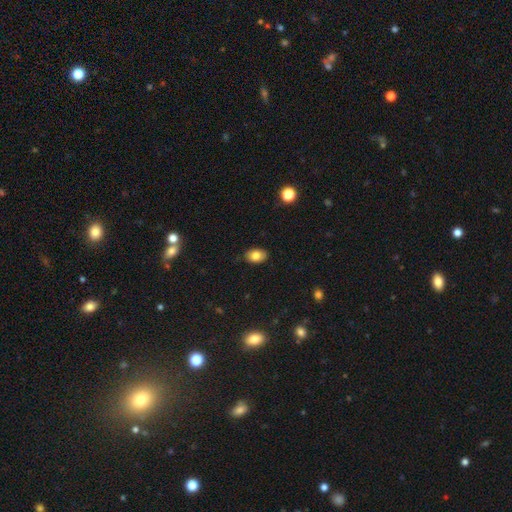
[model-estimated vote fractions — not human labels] Smooth or featured: smooth — 81% (featured or disk — 10%)
How rounded: in between — 85% (round — 14%)
Merging: none — 85% (minor disturbance — 12%)